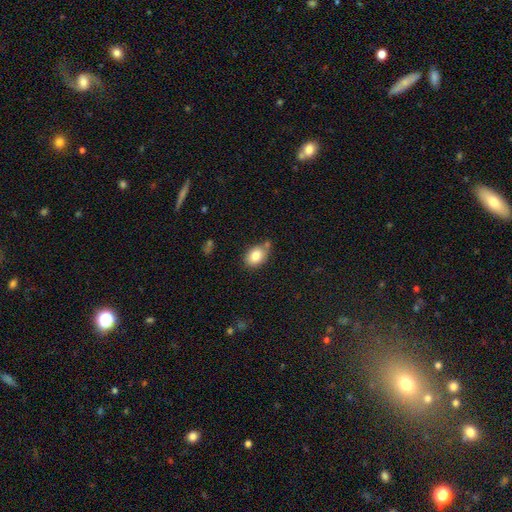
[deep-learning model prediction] smooth-or-featured: smooth: 81% | featured or disk: 10% | star or artifact: 9%
  how-rounded: in between: 73% | round: 26% | cigar-shaped: 1%
  merging: none: 66% | minor disturbance: 20% | merger: 10% | major disturbance: 4%